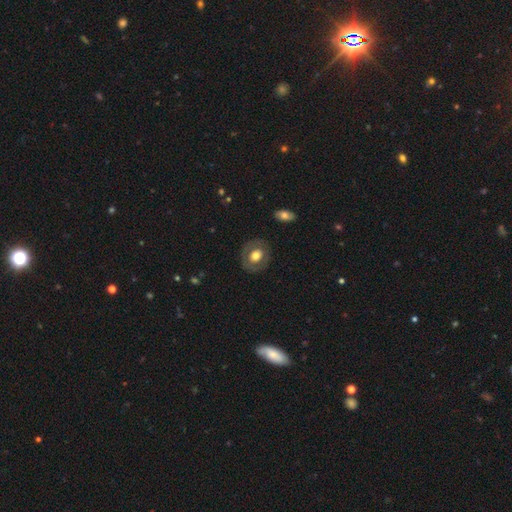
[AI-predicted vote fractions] This is possibly a smooth galaxy (55%). How rounded: likely round (64%). Merging: clearly none (83%).